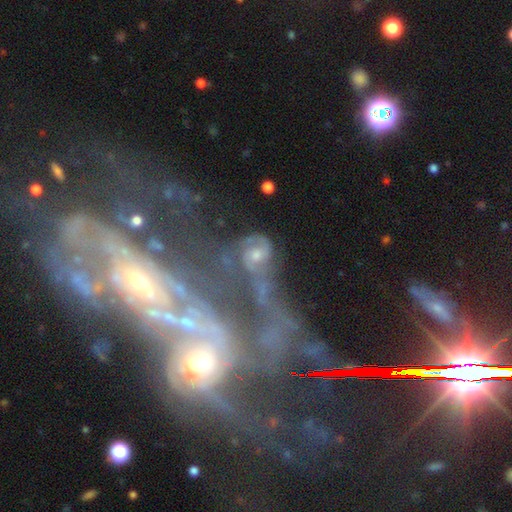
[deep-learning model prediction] Overall: featured or disk (64%). Edge-on disk: no (93%). Bar: no (63%; weak 23%). Spiral arms: yes (70%; no 30%). Bulge size: moderate (46%; small 36%). Merging: merger (54%; major disturbance 19%).